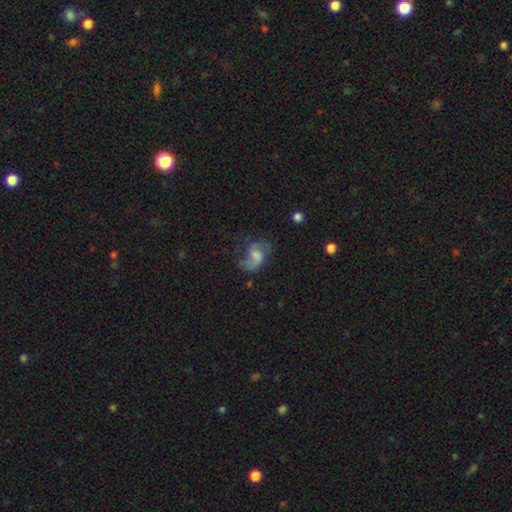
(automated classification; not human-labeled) Smooth or featured?
  - featured or disk: 61% *
  - smooth: 29%
  - star or artifact: 9%
Edge-on disk?
  - no: 97% *
  - yes: 3%
Bar?
  - no: 47% *
  - weak: 44%
  - strong: 9%
Spiral arms?
  - yes: 84% *
  - no: 16%
Spiral winding?
  - loose: 56% *
  - medium: 35%
  - tight: 8%
Spiral arm count?
  - 2: 75% *
  - 1: 12%
  - can't tell: 8%
  - 3: 2%
  - 4: 1%
  - more than 4: 1%
Bulge size?
  - moderate: 32% *
  - small: 28%
  - none: 26%
  - large: 13%
  - dominant: 2%
Merging?
  - none: 44% *
  - major disturbance: 30%
  - minor disturbance: 23%
  - merger: 3%